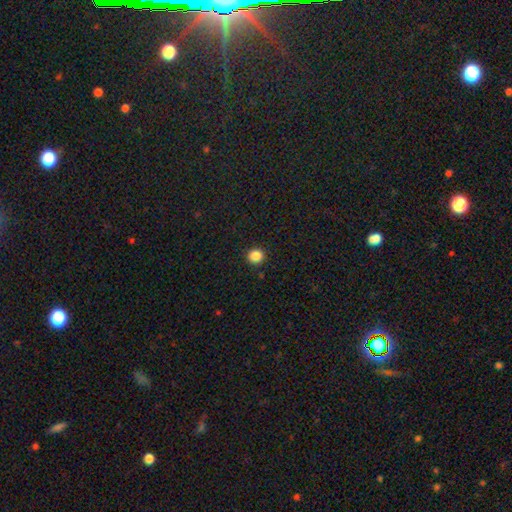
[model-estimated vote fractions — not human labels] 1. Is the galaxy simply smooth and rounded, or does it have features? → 86% smooth, 11% star or artifact, 3% featured or disk.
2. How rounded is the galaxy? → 92% round, 7% in between, 1% cigar-shaped.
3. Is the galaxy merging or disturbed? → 92% none, 5% minor disturbance, 2% major disturbance, 1% merger.